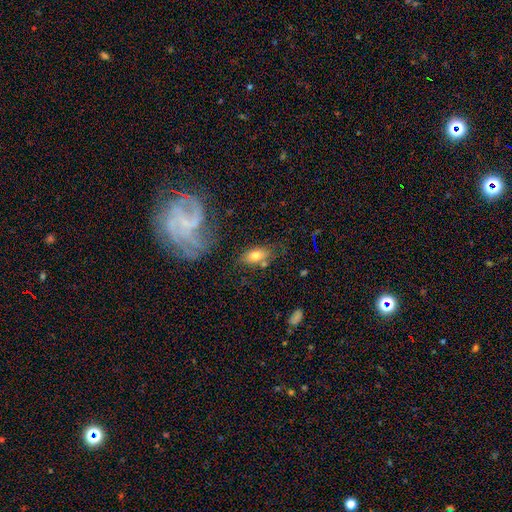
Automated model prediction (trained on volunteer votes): Smooth or featured? smooth (72%)
How rounded? in between (86%)
Merging? none (66%)